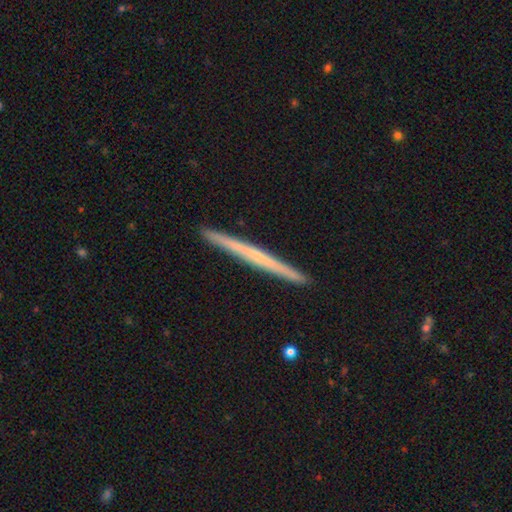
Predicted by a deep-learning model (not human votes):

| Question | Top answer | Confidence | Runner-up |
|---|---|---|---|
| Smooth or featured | featured or disk | 56% | smooth (39%) |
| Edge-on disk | yes | 98% | no (2%) |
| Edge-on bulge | none | 81% | rounded (15%) |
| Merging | none | 93% | minor disturbance (5%) |